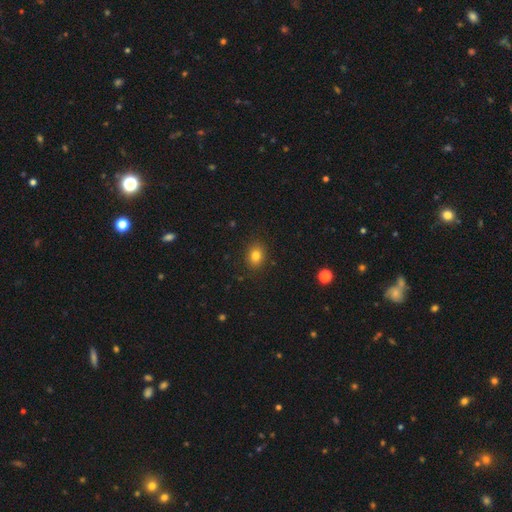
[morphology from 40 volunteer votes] Smooth or featured? 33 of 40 (82%) said smooth. How rounded? 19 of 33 (58%) said in between. Merging? 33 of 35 (94%) said none.